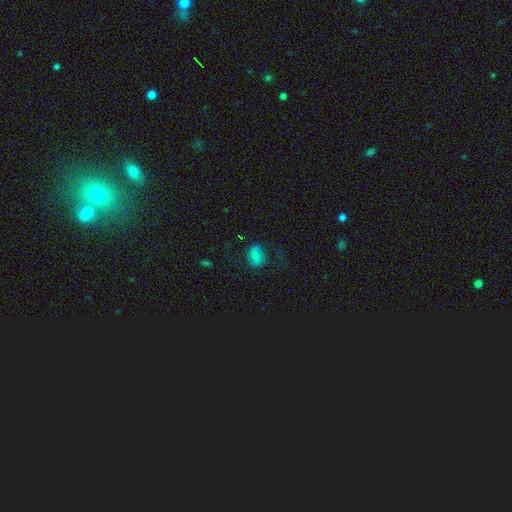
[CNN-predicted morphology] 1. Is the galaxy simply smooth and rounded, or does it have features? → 64% smooth, 24% featured or disk, 12% star or artifact.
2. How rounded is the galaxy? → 68% in between, 30% round, 2% cigar-shaped.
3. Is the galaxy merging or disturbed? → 63% none, 21% minor disturbance, 14% major disturbance, 2% merger.